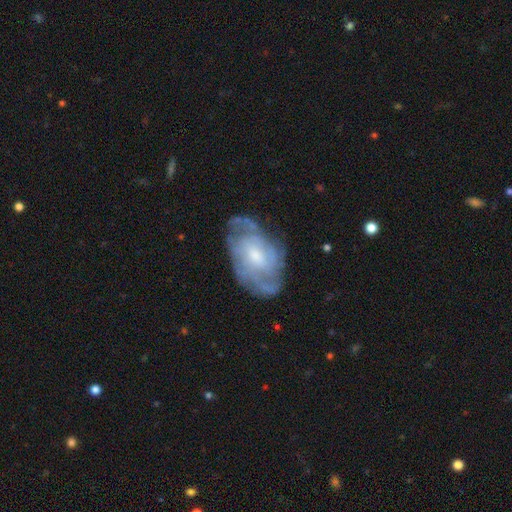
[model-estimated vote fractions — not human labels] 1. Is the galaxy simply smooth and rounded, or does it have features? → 77% featured or disk, 17% smooth, 6% star or artifact.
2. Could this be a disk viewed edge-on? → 96% no, 4% yes.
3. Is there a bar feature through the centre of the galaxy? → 56% no, 38% weak, 6% strong.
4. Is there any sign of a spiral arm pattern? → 86% yes, 14% no.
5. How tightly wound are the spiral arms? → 53% tight, 35% medium, 11% loose.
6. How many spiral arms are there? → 49% can't tell, 18% 2, 14% 3, 9% 4, 5% 1, 4% more than 4.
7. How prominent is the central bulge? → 47% moderate, 40% small, 6% large, 5% none, 1% dominant.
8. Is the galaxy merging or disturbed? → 64% none, 23% minor disturbance, 11% major disturbance, 2% merger.